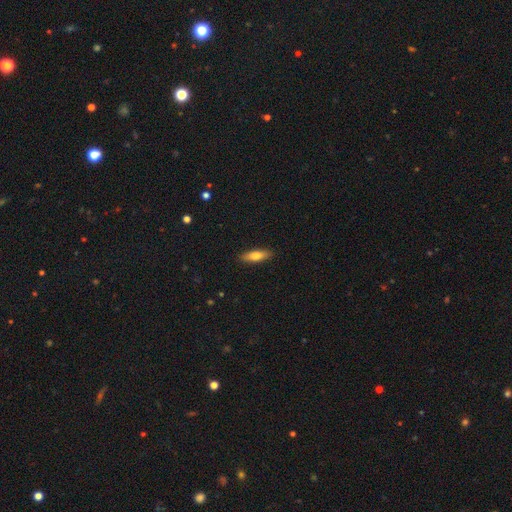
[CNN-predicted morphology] Overall: smooth (74%). How rounded: cigar-shaped (53%; in between 45%). Merging: none (89%).